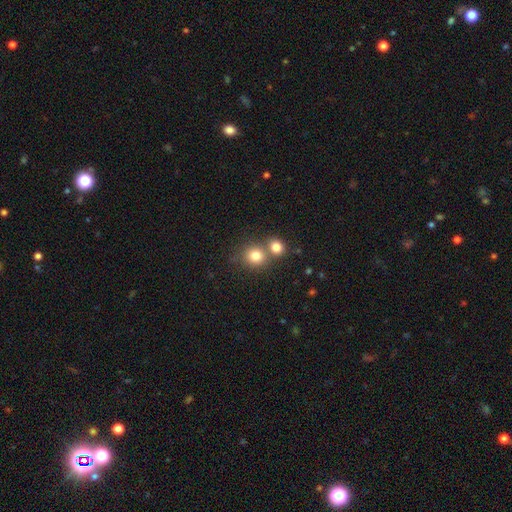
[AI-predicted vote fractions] Smooth or featured: smooth — 81% (star or artifact — 11%)
How rounded: round — 84% (in between — 15%)
Merging: none — 51% (merger — 39%)